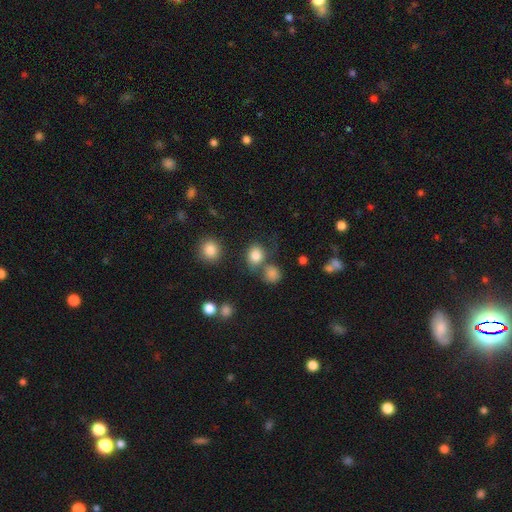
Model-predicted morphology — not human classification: A smooth galaxy with no disk features (82%) that is round (64%).

Vote fractions:
- Smooth or featured? smooth: 82% / star or artifact: 12% / featured or disk: 7%
- How rounded? round: 64% / in between: 35% / cigar-shaped: 1%
- Merging? none: 56% / merger: 23% / minor disturbance: 14% / major disturbance: 7%